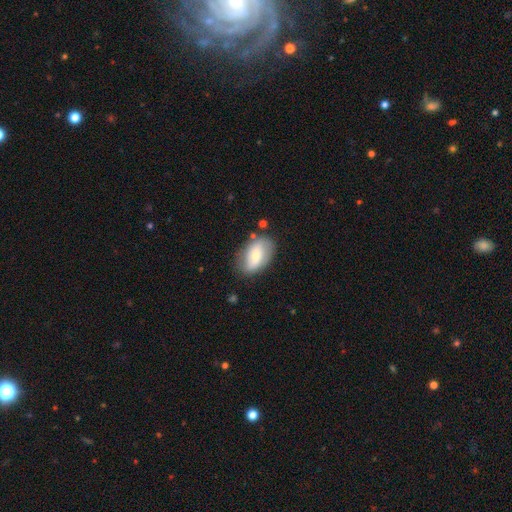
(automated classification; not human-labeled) Smooth or featured: smooth — 54% (featured or disk — 39%)
How rounded: in between — 90% (round — 8%)
Merging: none — 75% (minor disturbance — 17%)